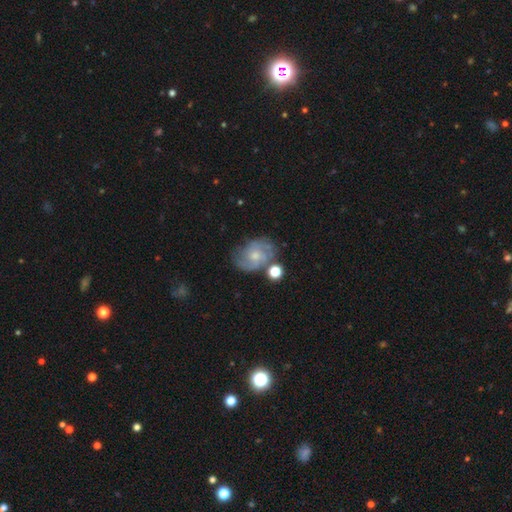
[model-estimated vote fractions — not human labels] Smooth or featured? Predicted: featured or disk (p=0.68). Edge-on disk? Predicted: no (p=0.97). Bar? Predicted: no (p=0.72). Spiral arms? Predicted: yes (p=0.87). Spiral winding? Predicted: medium (p=0.43). Spiral arm count? Predicted: 2 (p=0.41). Bulge size? Predicted: small (p=0.55). Merging? Predicted: none (p=0.60).